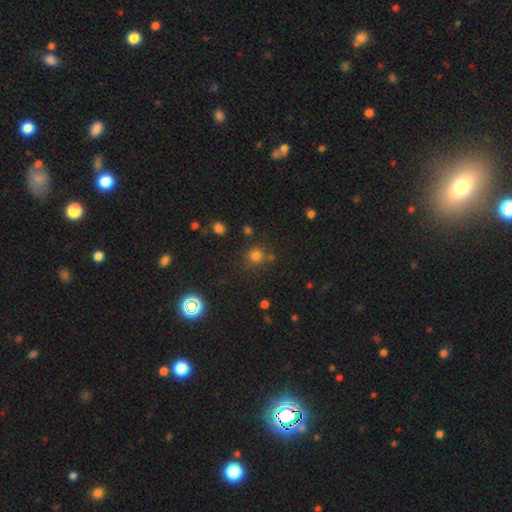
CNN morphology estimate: Q: Smooth or featured?
A: smooth (72%); runner-up: star or artifact (21%)
Q: How rounded?
A: round (89%); runner-up: in between (10%)
Q: Merging?
A: none (75%); runner-up: minor disturbance (11%)